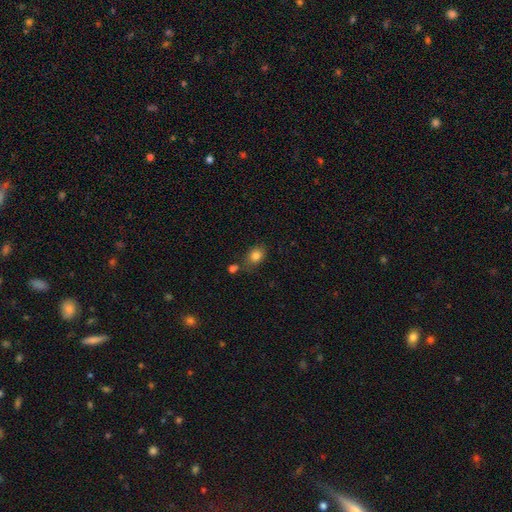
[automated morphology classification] This is clearly a smooth galaxy (83%). How rounded: likely in between (61%). Merging: likely none (66%).